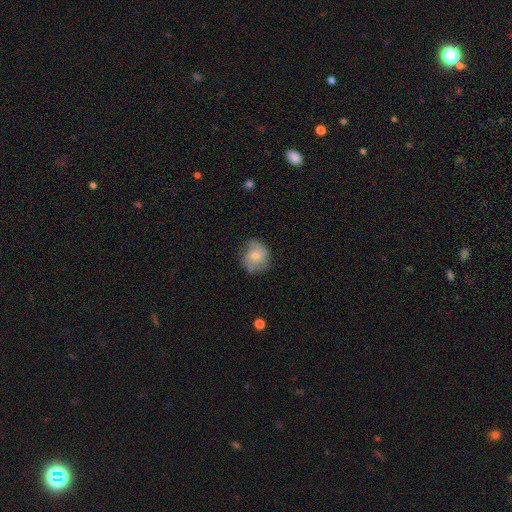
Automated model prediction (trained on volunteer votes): smooth-or-featured: featured or disk: 50% | smooth: 42% | star or artifact: 8%
  disk-edge-on: no: 97% | yes: 3%
  merging: none: 68% | minor disturbance: 22% | major disturbance: 8% | merger: 1%